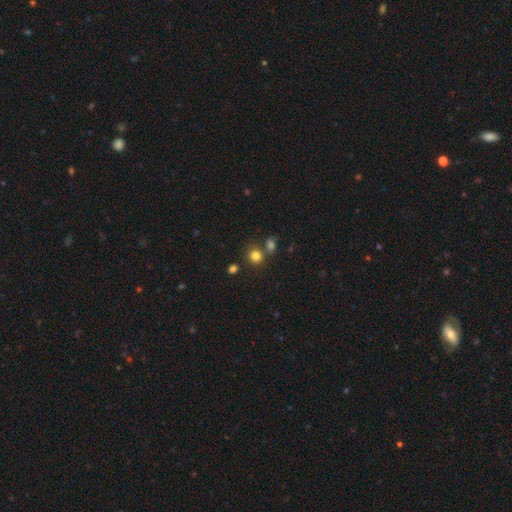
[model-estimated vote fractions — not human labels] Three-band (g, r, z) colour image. It shows a smooth galaxy with no disk features (80%) that is round (83%). Merging: none (65%).